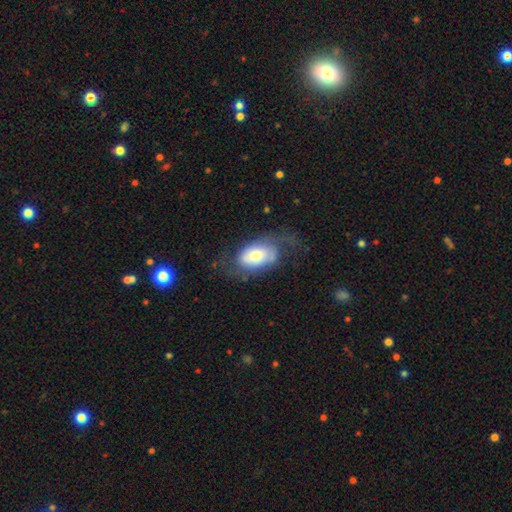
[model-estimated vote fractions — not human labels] This is possibly a smooth galaxy (55%). How rounded: clearly in between (90%). Merging: possibly none (48%).